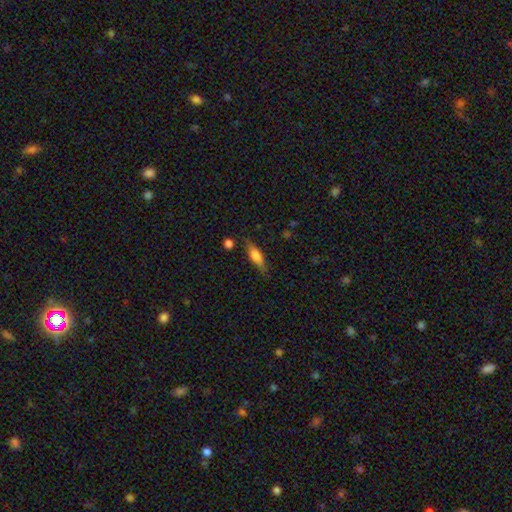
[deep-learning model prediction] Smooth or featured: smooth — 60% (featured or disk — 33%)
How rounded: cigar-shaped — 58% (in between — 39%)
Merging: none — 77% (minor disturbance — 16%)